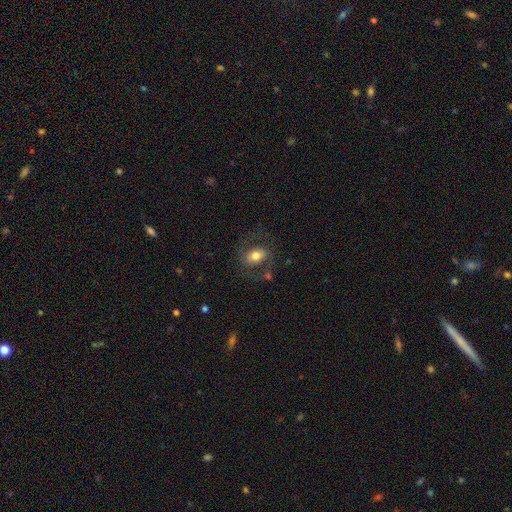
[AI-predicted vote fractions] Overall: smooth (55%; featured or disk 37%). How rounded: in between (69%; round 30%). Merging: none (64%).